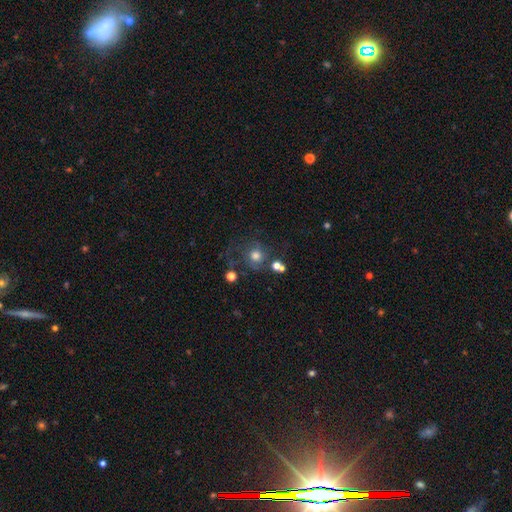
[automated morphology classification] Q: Smooth or featured?
A: smooth (59%); runner-up: featured or disk (25%)
Q: How rounded?
A: round (84%); runner-up: in between (15%)
Q: Merging?
A: none (52%); runner-up: major disturbance (21%)